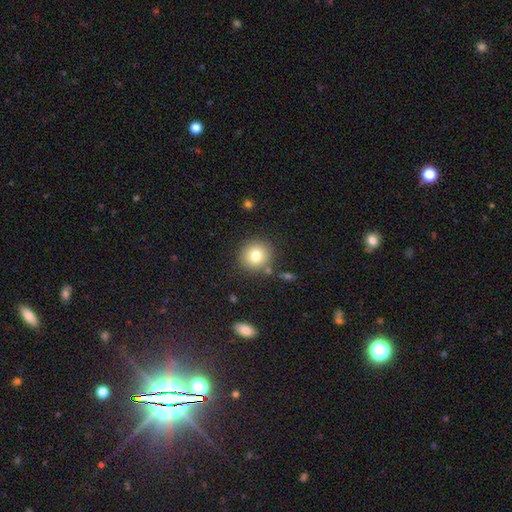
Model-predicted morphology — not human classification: Overall: smooth (77%). How rounded: round (92%). Merging: none (84%).